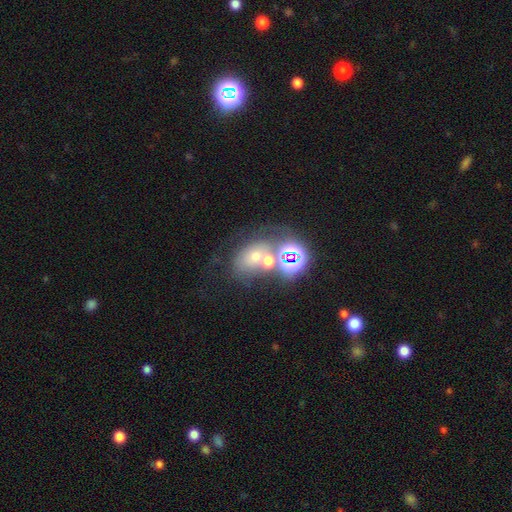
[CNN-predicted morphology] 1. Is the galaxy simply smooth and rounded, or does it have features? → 39% smooth, 36% star or artifact, 25% featured or disk.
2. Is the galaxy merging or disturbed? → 38% none, 36% merger, 14% minor disturbance, 12% major disturbance.